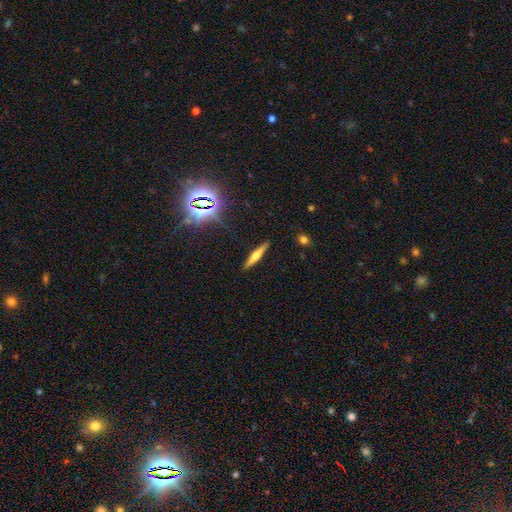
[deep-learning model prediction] Smooth or featured: featured or disk — 56% (smooth — 33%)
Edge-on disk: yes — 96% (no — 4%)
Edge-on bulge: rounded — 83% (boxy — 10%)
Merging: none — 90% (minor disturbance — 7%)